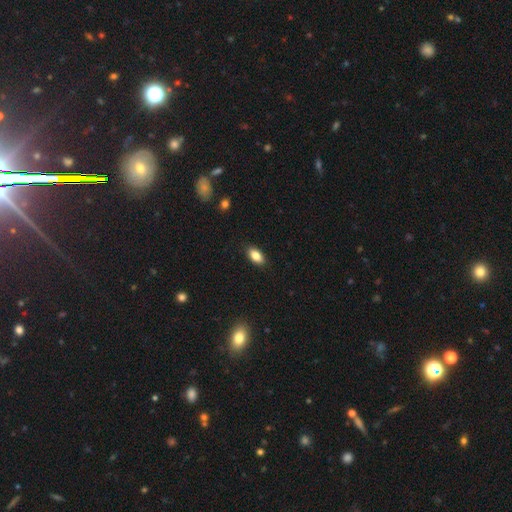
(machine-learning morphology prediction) This appears to be a smooth galaxy with no disk features (83%) that is in between round and cigar-shaped (90%). Merging: none (88%).